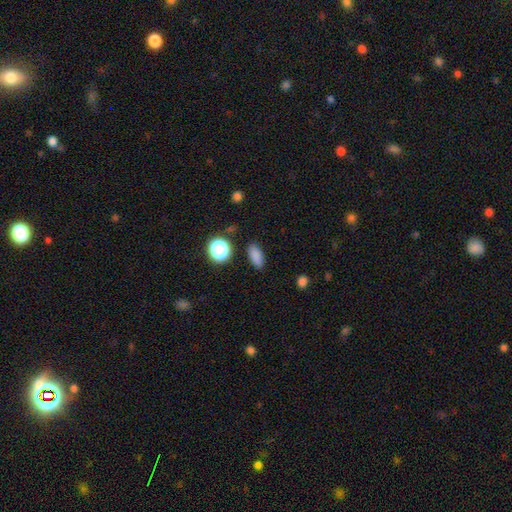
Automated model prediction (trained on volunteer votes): A smooth galaxy with no disk features (83%) that is in between round and cigar-shaped (82%).

Vote fractions:
- Smooth or featured? smooth: 83% / star or artifact: 12% / featured or disk: 5%
- How rounded? in between: 82% / round: 9% / cigar-shaped: 9%
- Merging? none: 86% / minor disturbance: 10% / major disturbance: 3% / merger: 2%